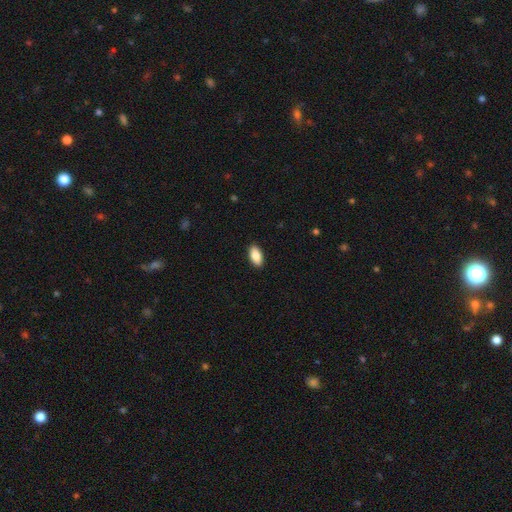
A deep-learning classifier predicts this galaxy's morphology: The model was most divided on "smooth or featured": smooth: 87%, star or artifact: 6%, featured or disk: 6%. More confident: how rounded — in between (93%); merging — none (90%).